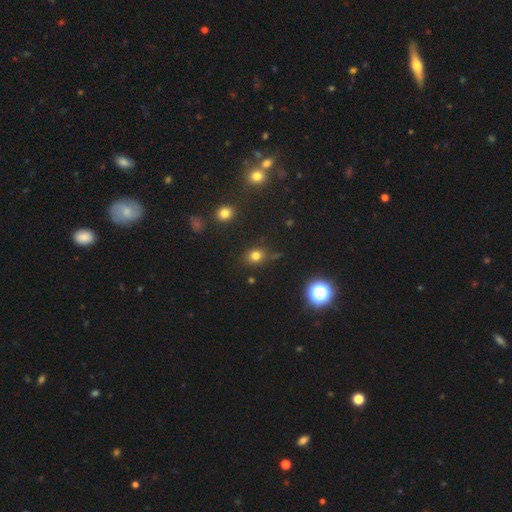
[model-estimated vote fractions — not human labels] Smooth or featured?
  - smooth: 75% *
  - star or artifact: 18%
  - featured or disk: 7%
How rounded?
  - round: 67% *
  - in between: 32%
  - cigar-shaped: 1%
Merging?
  - none: 76% *
  - minor disturbance: 16%
  - major disturbance: 5%
  - merger: 4%